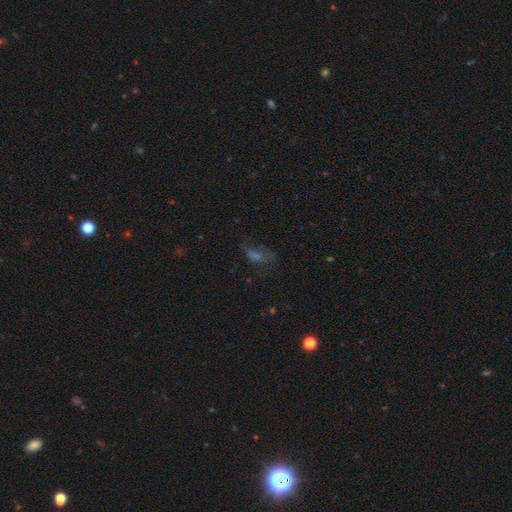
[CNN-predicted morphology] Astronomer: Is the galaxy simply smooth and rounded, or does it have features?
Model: smooth — 39% (runner-up: star or artifact, 33%).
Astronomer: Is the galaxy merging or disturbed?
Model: none — 47% (runner-up: major disturbance, 28%).